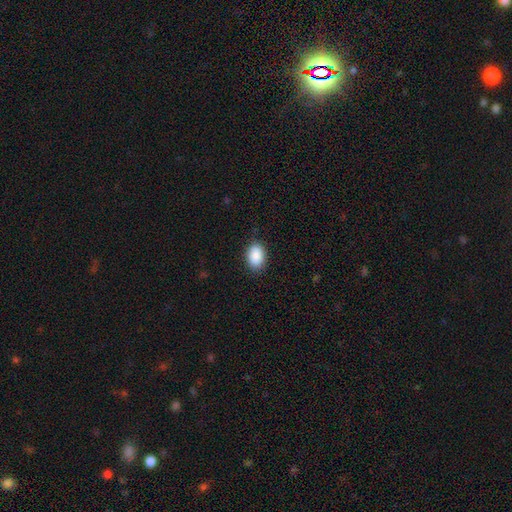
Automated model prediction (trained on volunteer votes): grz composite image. It shows a smooth galaxy with no disk features (90%) that is in between round and cigar-shaped (89%). Merging: none (86%).